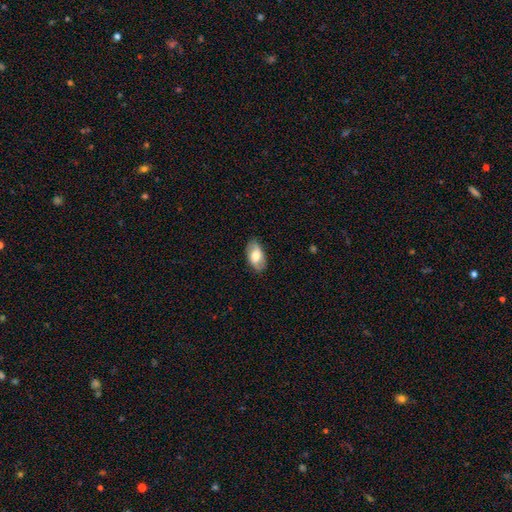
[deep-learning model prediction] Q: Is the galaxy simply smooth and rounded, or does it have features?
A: smooth — 64%.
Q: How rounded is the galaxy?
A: in between — 93%.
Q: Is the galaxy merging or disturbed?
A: none — 84%.